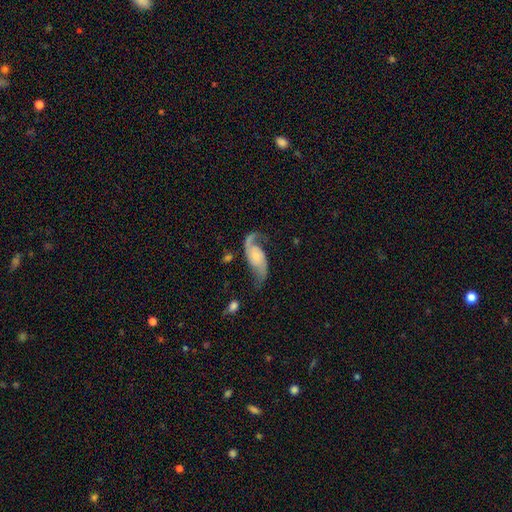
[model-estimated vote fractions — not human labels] The model was most divided on "spiral winding": loose: 56%, medium: 34%, tight: 10%. Remaining: spiral arms — yes (96%); edge-on disk — no (96%); spiral arm count — 2 (88%); smooth or featured — featured or disk (86%); bar — no (66%); merging — none (62%); bulge size — small (50%).